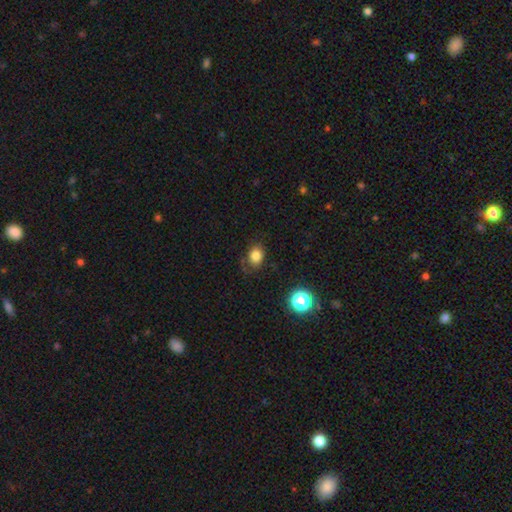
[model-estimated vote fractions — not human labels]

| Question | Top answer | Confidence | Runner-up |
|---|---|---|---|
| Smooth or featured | smooth | 81% | star or artifact (13%) |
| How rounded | in between | 58% | round (41%) |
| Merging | none | 73% | minor disturbance (19%) |